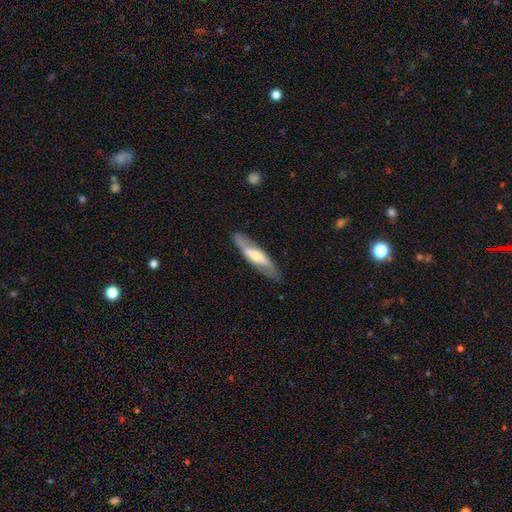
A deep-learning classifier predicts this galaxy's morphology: This is likely a featured or disk galaxy (61%). It is possibly not viewed edge-on (51%). Merging: clearly none (82%).